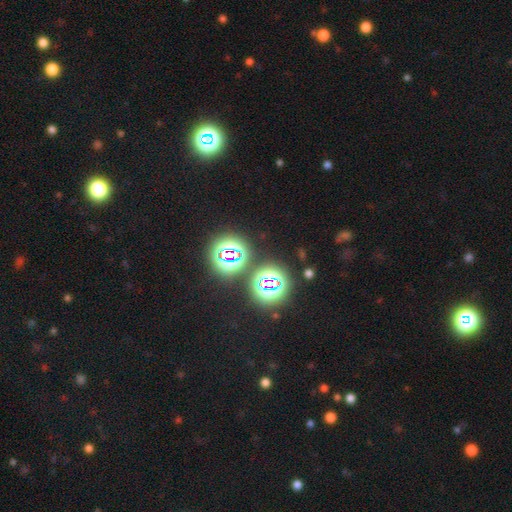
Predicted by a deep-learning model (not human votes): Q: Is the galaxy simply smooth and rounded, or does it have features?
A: star or artifact — 72%.